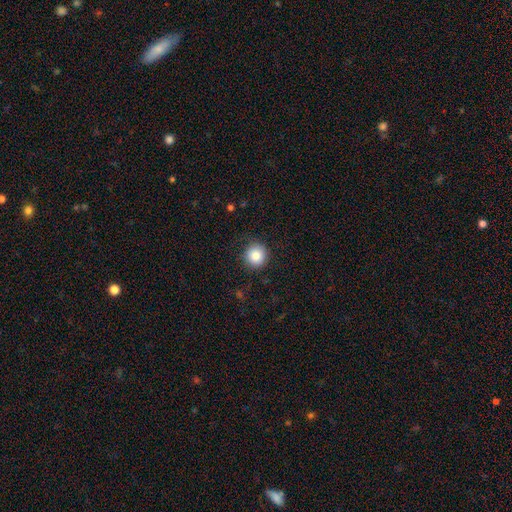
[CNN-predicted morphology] A smooth galaxy with no disk features (84%) that is round (94%). Merging: none (86%).